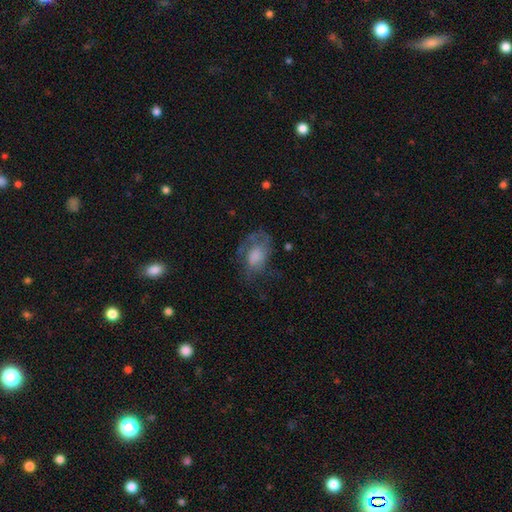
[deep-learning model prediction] Smooth or featured? smooth (49%)
Merging? none (41%)